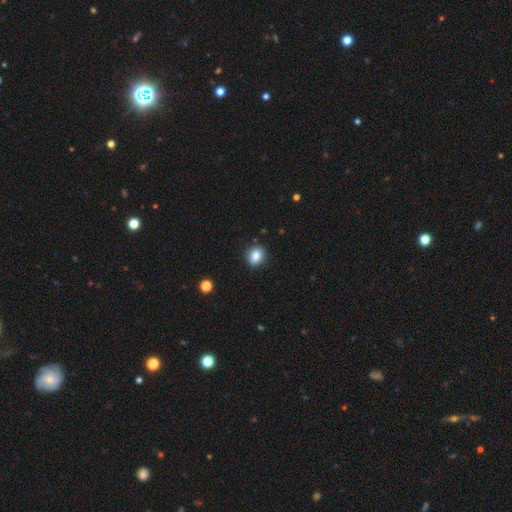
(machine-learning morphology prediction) Smooth or featured? smooth (84%)
How rounded? round (61%)
Merging? none (87%)